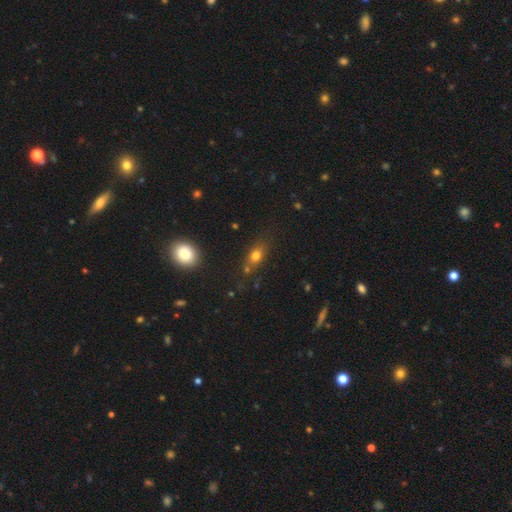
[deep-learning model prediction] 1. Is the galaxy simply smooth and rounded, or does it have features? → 73% smooth, 14% star or artifact, 13% featured or disk.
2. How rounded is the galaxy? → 66% in between, 24% round, 10% cigar-shaped.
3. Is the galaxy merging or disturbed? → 67% none, 17% minor disturbance, 10% merger, 6% major disturbance.